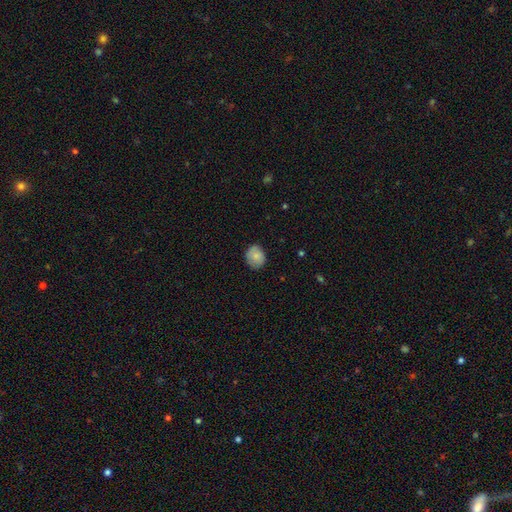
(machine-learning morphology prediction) smooth-or-featured: smooth: 82% | featured or disk: 11% | star or artifact: 7%
  how-rounded: round: 60% | in between: 40% | cigar-shaped: 1%
  merging: none: 76% | minor disturbance: 19% | major disturbance: 3% | merger: 1%